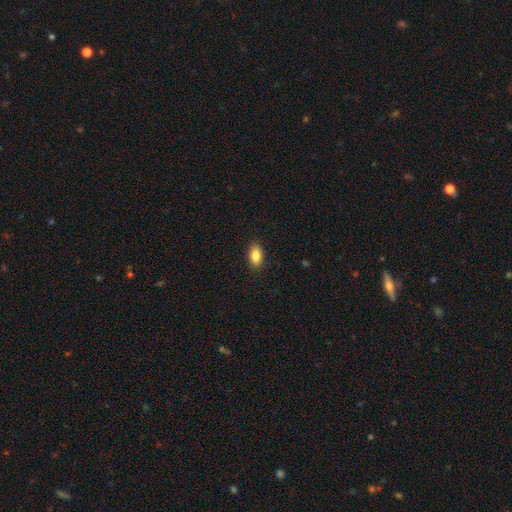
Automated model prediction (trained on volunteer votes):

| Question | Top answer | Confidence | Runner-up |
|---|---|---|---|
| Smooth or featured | smooth | 86% | star or artifact (8%) |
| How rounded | in between | 90% | round (6%) |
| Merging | none | 88% | minor disturbance (9%) |